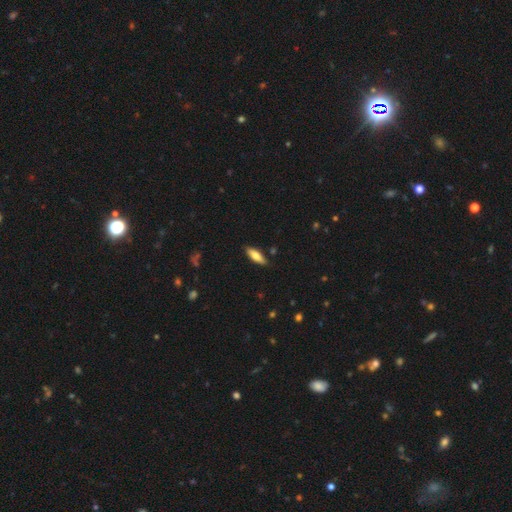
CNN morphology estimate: This appears to be a smooth galaxy with no disk features (75%) that is in between round and cigar-shaped (56%). Merging: none (83%).